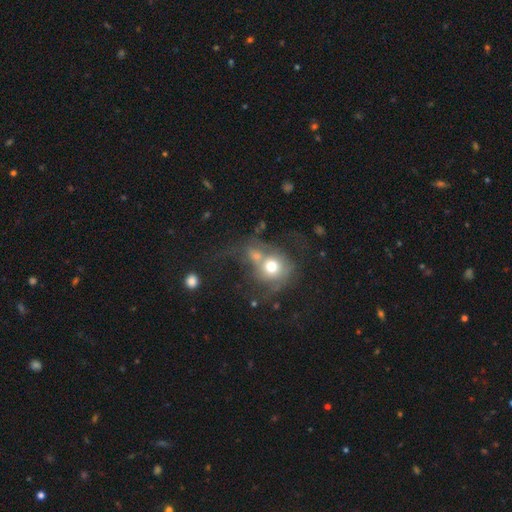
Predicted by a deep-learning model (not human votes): A smooth galaxy with no disk features (56%) that is round (79%).

Vote fractions:
- Smooth or featured? smooth: 56% / featured or disk: 31% / star or artifact: 13%
- How rounded? round: 79% / in between: 20% / cigar-shaped: 1%
- Merging? merger: 43% / none: 23% / major disturbance: 21% / minor disturbance: 13%